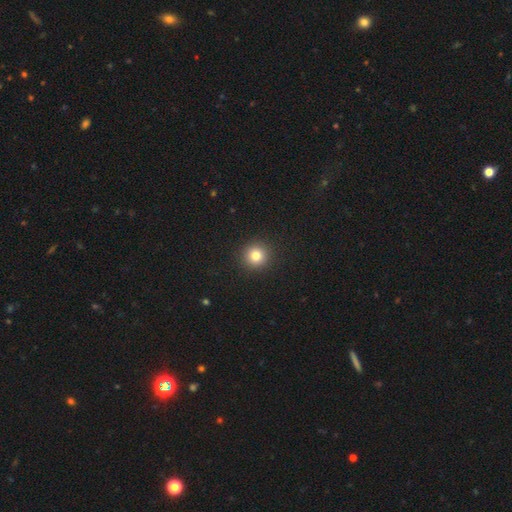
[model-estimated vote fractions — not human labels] Smooth or featured?
  - smooth: 81% *
  - star or artifact: 12%
  - featured or disk: 7%
How rounded?
  - round: 94% *
  - in between: 5%
  - cigar-shaped: 1%
Merging?
  - none: 93% *
  - minor disturbance: 4%
  - major disturbance: 2%
  - merger: 1%